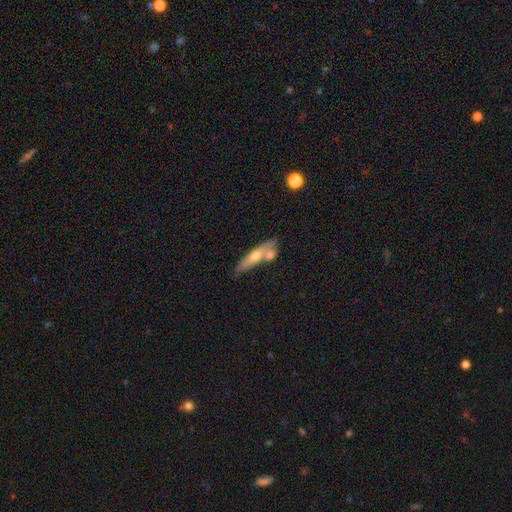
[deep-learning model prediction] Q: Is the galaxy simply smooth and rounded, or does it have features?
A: smooth — 48%.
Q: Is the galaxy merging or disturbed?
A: none — 51%.